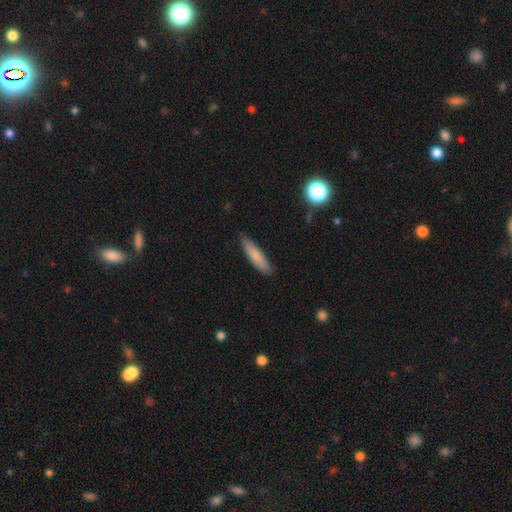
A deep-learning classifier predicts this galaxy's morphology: A smooth galaxy with no disk features (79%) that is cigar-shaped (81%).

Vote fractions:
- Smooth or featured? smooth: 79% / featured or disk: 14% / star or artifact: 6%
- How rounded? cigar-shaped: 81% / in between: 18% / round: 1%
- Merging? none: 85% / minor disturbance: 12% / major disturbance: 2% / merger: 1%